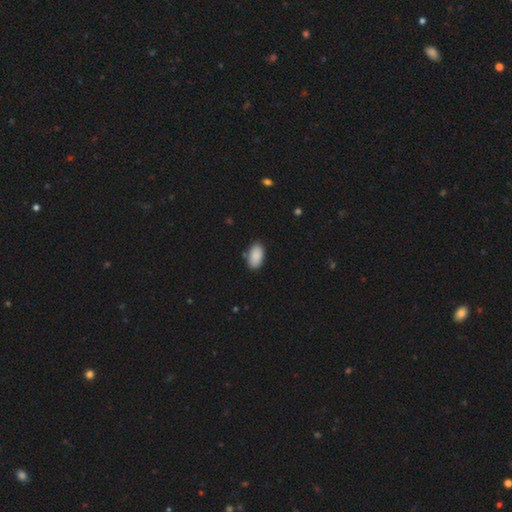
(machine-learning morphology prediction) This appears to be a smooth galaxy with no disk features (90%) that is in between round and cigar-shaped (94%). Merging: none (83%).